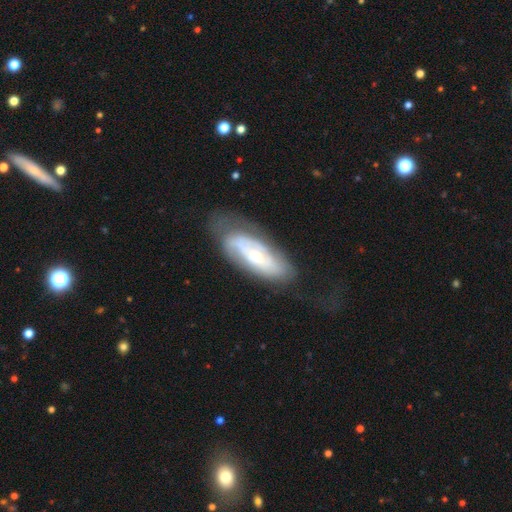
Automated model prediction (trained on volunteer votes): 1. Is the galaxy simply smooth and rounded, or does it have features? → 67% featured or disk, 27% smooth, 6% star or artifact.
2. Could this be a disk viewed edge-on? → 86% no, 14% yes.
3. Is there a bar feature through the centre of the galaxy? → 69% no, 22% weak, 9% strong.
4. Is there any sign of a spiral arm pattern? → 65% yes, 35% no.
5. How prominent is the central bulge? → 52% small, 43% moderate, 3% large, 1% none, 1% dominant.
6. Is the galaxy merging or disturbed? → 57% none, 24% minor disturbance, 17% major disturbance, 2% merger.